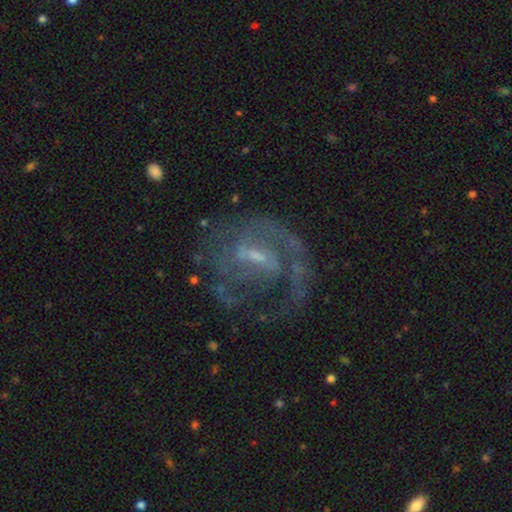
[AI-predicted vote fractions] Smooth or featured? Predicted: featured or disk (p=0.85). Edge-on disk? Predicted: no (p=0.97). Bar? Predicted: weak (p=0.55). Spiral arms? Predicted: yes (p=0.90). Spiral winding? Predicted: medium (p=0.48). Spiral arm count? Predicted: 2 (p=0.47). Bulge size? Predicted: small (p=0.57). Merging? Predicted: none (p=0.57).